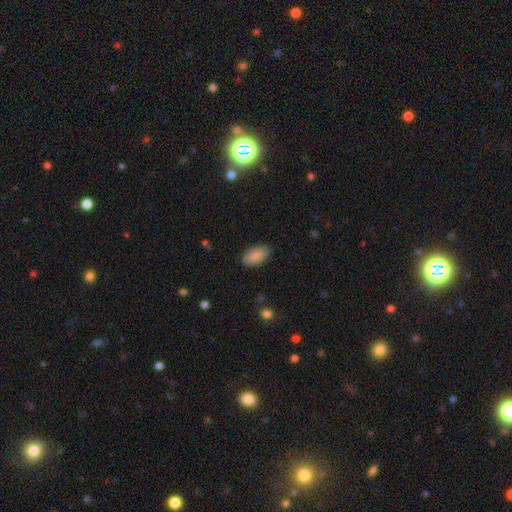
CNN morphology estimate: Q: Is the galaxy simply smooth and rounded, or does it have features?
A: smooth — 88%.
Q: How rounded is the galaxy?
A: in between — 94%.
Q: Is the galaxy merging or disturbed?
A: none — 86%.